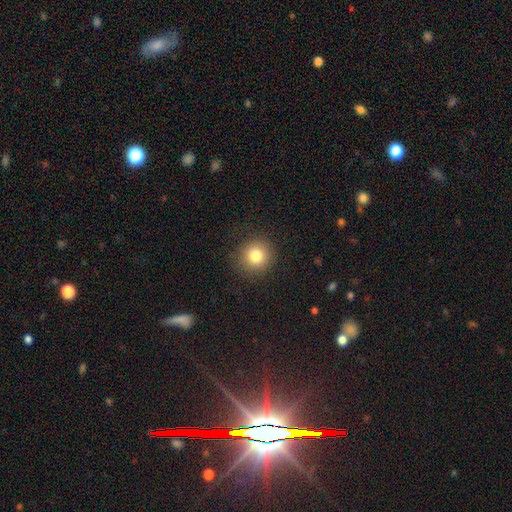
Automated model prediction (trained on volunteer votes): Smooth or featured?
  - smooth: 81% *
  - star or artifact: 11%
  - featured or disk: 7%
How rounded?
  - round: 93% *
  - in between: 6%
  - cigar-shaped: 1%
Merging?
  - none: 89% *
  - minor disturbance: 7%
  - major disturbance: 3%
  - merger: 1%